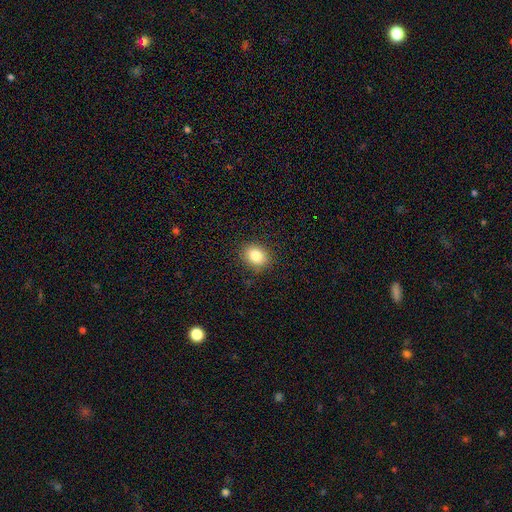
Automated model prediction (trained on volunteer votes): A smooth galaxy with no disk features (83%) that is round (51%).

Vote fractions:
- Smooth or featured? smooth: 83% / star or artifact: 10% / featured or disk: 7%
- How rounded? round: 51% / in between: 48% / cigar-shaped: 1%
- Merging? none: 88% / minor disturbance: 9% / major disturbance: 2% / merger: 1%